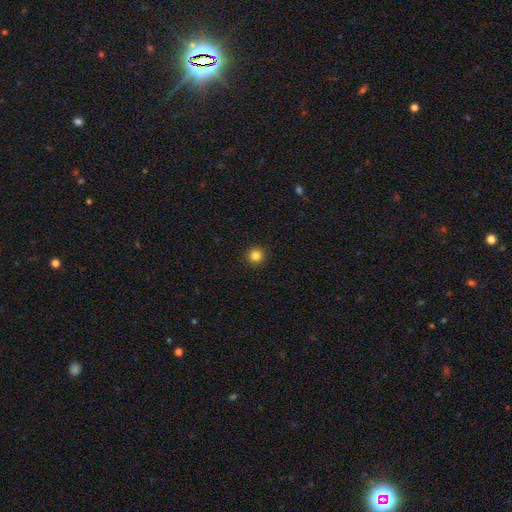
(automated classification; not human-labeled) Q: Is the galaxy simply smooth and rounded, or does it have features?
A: smooth — 84%.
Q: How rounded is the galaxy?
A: round — 95%.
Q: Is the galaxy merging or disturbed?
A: none — 93%.